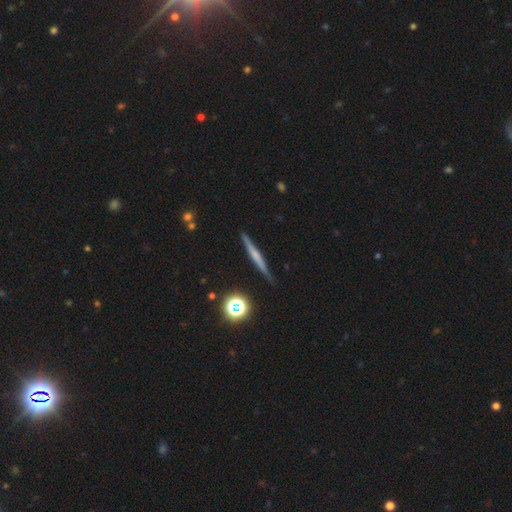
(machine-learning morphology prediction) smooth-or-featured: featured or disk: 53% | smooth: 36% | star or artifact: 11%
  disk-edge-on: yes: 97% | no: 3%
    edge-on-bulge: none: 55% | rounded: 31% | boxy: 14%
  merging: none: 87% | minor disturbance: 9% | major disturbance: 2% | merger: 2%